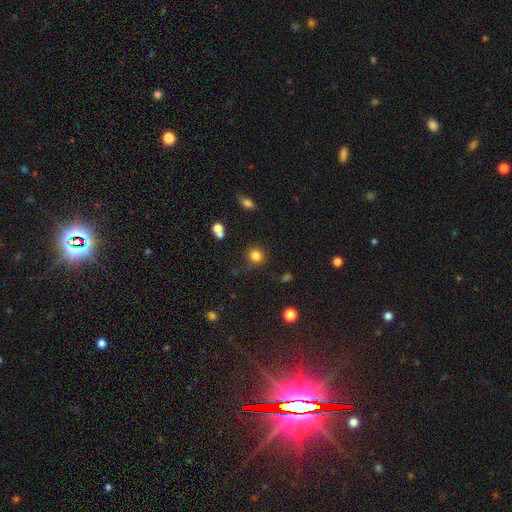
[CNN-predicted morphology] Smooth or featured?
  - smooth: 82% *
  - star or artifact: 13%
  - featured or disk: 5%
How rounded?
  - round: 87% *
  - in between: 12%
  - cigar-shaped: 1%
Merging?
  - none: 81% *
  - minor disturbance: 12%
  - major disturbance: 4%
  - merger: 3%